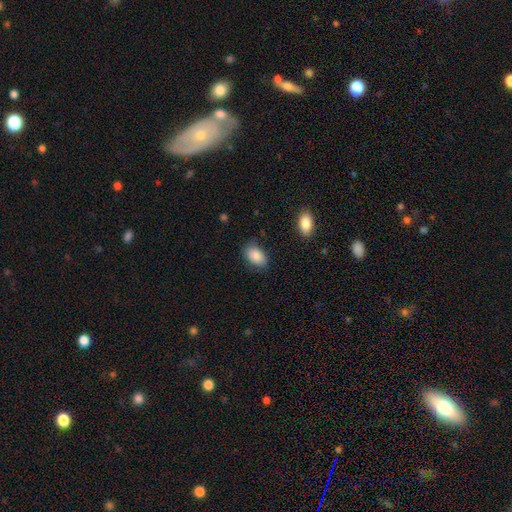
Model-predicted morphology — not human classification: smooth-or-featured: smooth: 88% | star or artifact: 7% | featured or disk: 5%
  how-rounded: in between: 91% | round: 8% | cigar-shaped: 1%
  merging: none: 76% | minor disturbance: 19% | major disturbance: 4% | merger: 2%